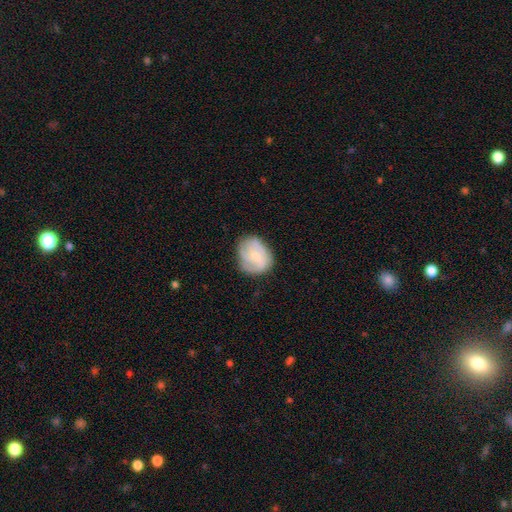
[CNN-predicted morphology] featured or disk 52%, smooth 41%, star or artifact 7%. Down the decision tree: edge-on disk — no (98%); bar — no (64%); spiral arms — yes (81%); bulge size — small (61%); merging — none (67%).